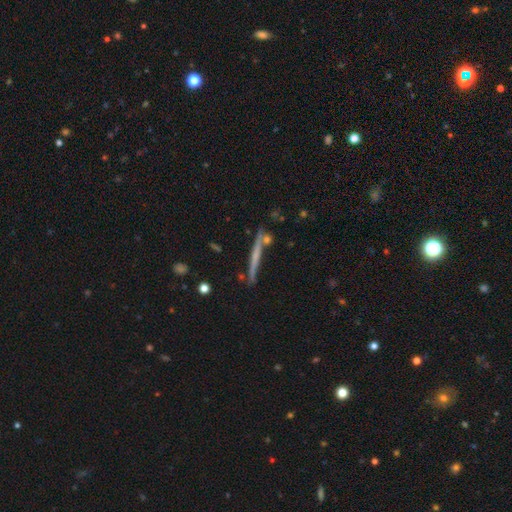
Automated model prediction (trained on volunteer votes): smooth-or-featured: featured or disk: 54% | smooth: 38% | star or artifact: 7%
  disk-edge-on: yes: 96% | no: 4%
    edge-on-bulge: none: 78% | rounded: 16% | boxy: 7%
  merging: none: 81% | minor disturbance: 10% | merger: 6% | major disturbance: 3%